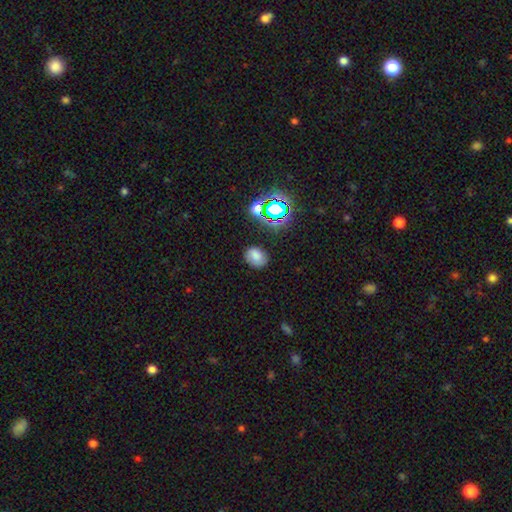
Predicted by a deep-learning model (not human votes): This is likely a smooth galaxy (69%). How rounded: possibly in between (53%). Merging: likely none (77%).